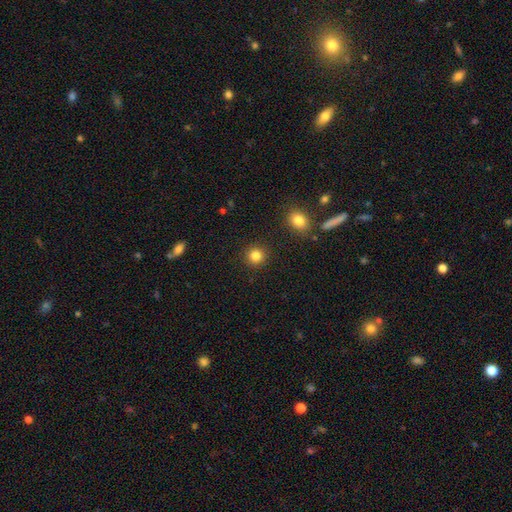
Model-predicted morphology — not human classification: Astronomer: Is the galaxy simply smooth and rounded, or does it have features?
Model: smooth — 84%.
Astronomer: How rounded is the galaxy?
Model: round — 91%.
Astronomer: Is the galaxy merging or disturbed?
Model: none — 91%.